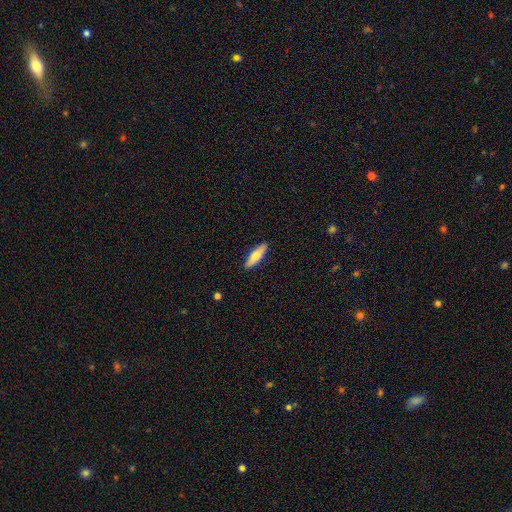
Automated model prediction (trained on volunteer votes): This is likely a smooth galaxy (65%). How rounded: likely cigar-shaped (60%). Merging: clearly none (90%).